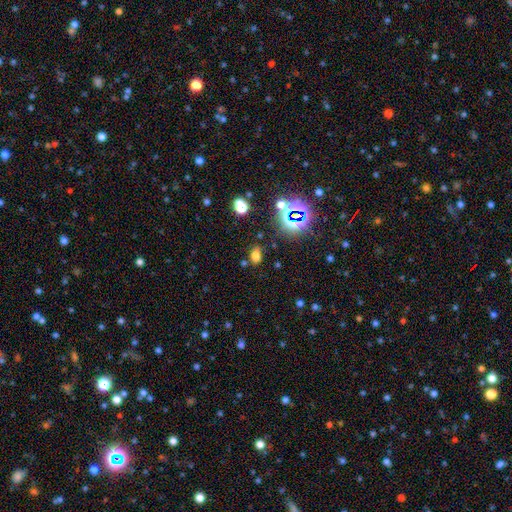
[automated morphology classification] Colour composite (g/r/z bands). It shows a smooth galaxy with no disk features (64%) that is in between round and cigar-shaped (80%). Merging: none (77%).